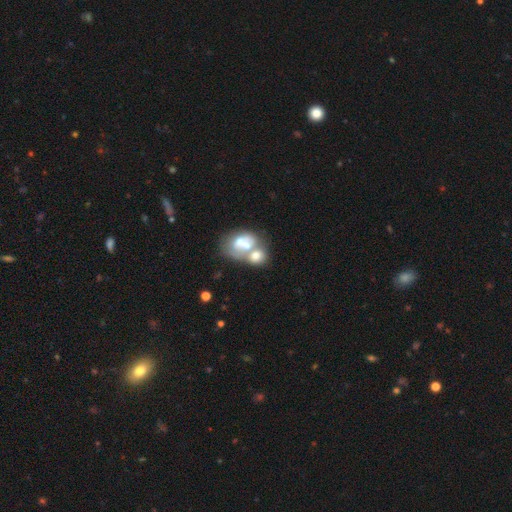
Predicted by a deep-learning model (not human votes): Morphology: type=smooth (56%); roundness=in between (61%); merging=merger (66%).